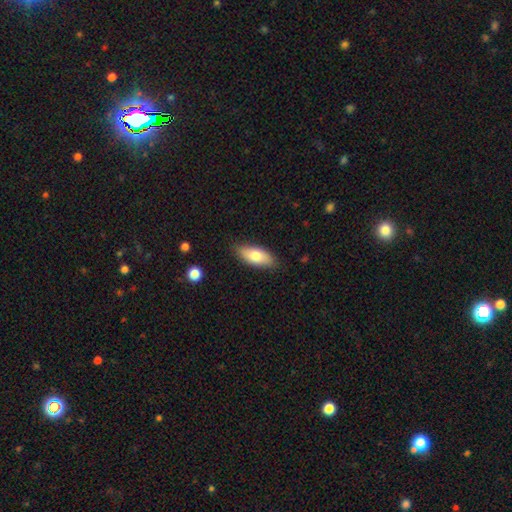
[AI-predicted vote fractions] This appears to be a smooth galaxy with no disk features (77%) that is in between round and cigar-shaped (83%). Merging: none (84%).